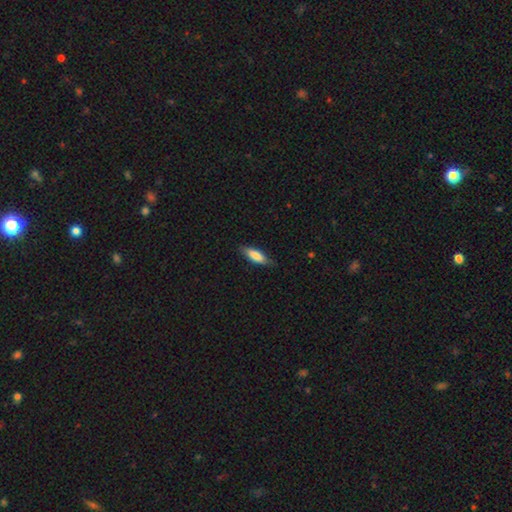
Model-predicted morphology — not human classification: Smooth or featured?
  - smooth: 76% *
  - featured or disk: 18%
  - star or artifact: 6%
How rounded?
  - in between: 53% *
  - cigar-shaped: 46%
  - round: 2%
Merging?
  - none: 79% *
  - minor disturbance: 17%
  - major disturbance: 3%
  - merger: 1%